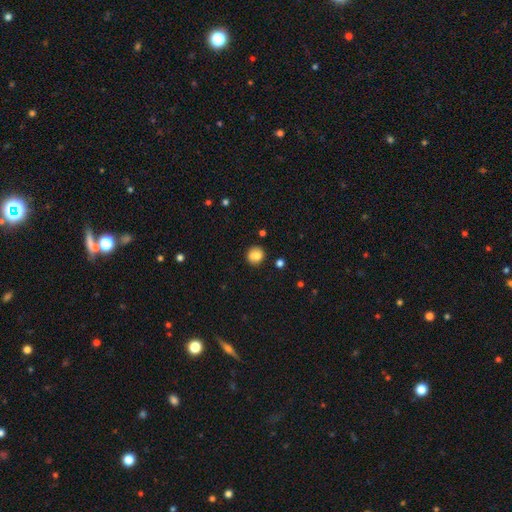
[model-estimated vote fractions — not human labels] A smooth galaxy with no disk features (81%) that is round (81%). Merging: none (78%).